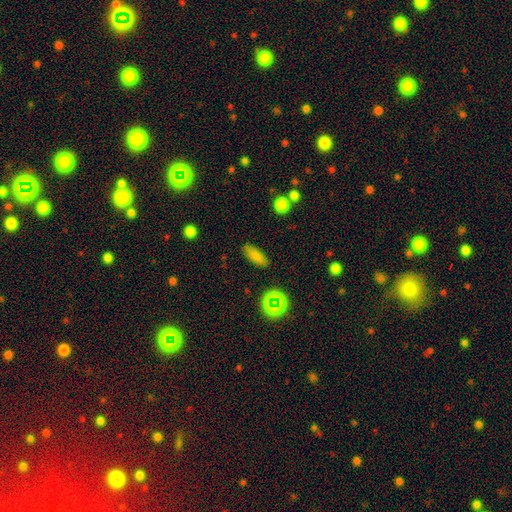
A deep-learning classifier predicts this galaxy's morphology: This is likely a smooth galaxy (79%). How rounded: likely in between (67%). Merging: clearly none (85%).